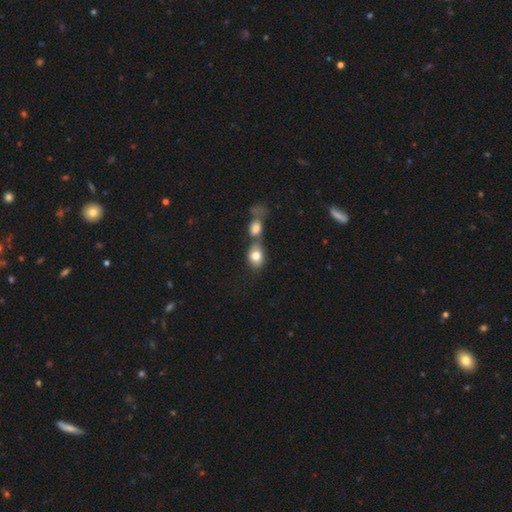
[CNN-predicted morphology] This is likely a smooth galaxy (78%). How rounded: likely in between (66%). Merging: possibly merger (50%).